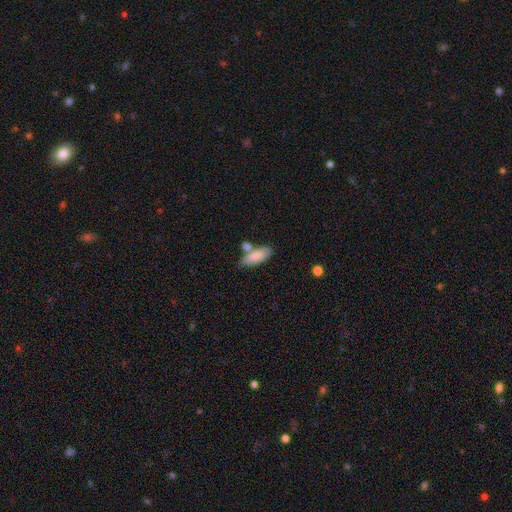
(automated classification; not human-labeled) Smooth or featured: smooth — 81% (featured or disk — 13%)
How rounded: in between — 77% (cigar-shaped — 21%)
Merging: none — 58% (merger — 22%)